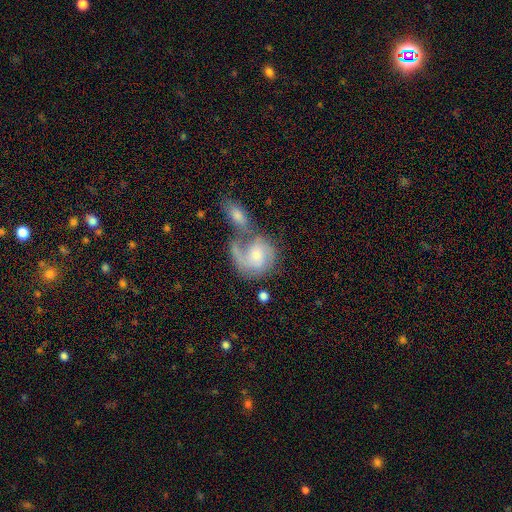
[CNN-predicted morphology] featured or disk 69%, smooth 25%, star or artifact 6%. Down the decision tree: edge-on disk — no (97%); bar — no (65%); spiral arms — yes (89%); spiral arm count — 2 (42%); spiral winding — medium (42%); bulge size — moderate (45%, tied with small); merging — merger (48%).